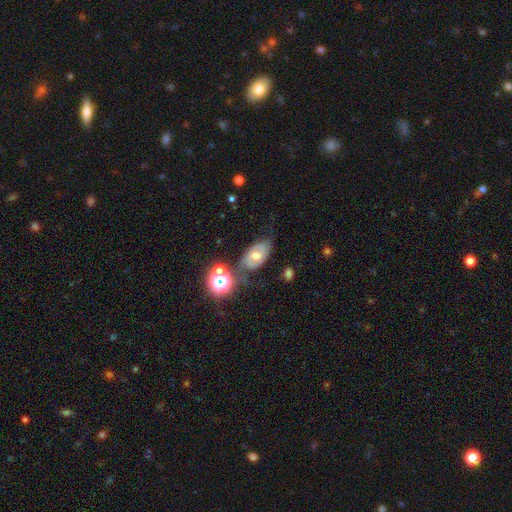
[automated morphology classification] The model was most divided on "smooth or featured": featured or disk: 45%, smooth: 34%, star or artifact: 20%. More confident: merging — none (63%).